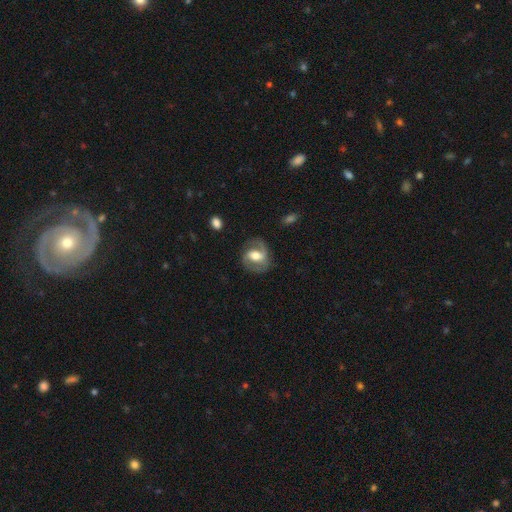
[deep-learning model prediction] The model was most divided on "bar": weak: 44%, strong: 34%, no: 23%. More confident: edge-on disk — no (97%); spiral arms — yes (89%); spiral arm count — 2 (86%); smooth or featured — featured or disk (78%); merging — none (76%); bulge size — moderate (64%); spiral winding — medium (53%).